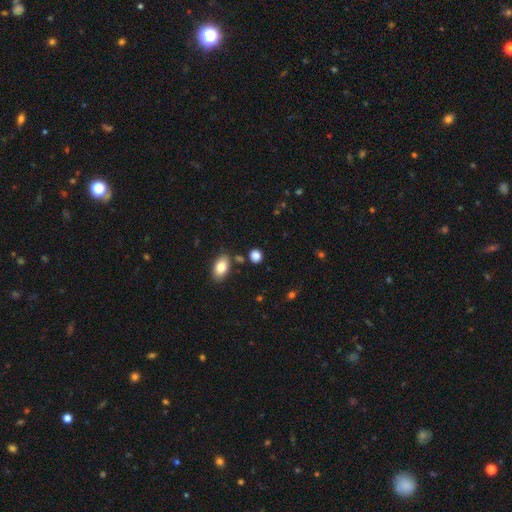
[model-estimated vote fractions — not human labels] The model was most divided on "how rounded": round: 66%, in between: 32%, cigar-shaped: 2%. More confident: smooth or featured — smooth (85%); merging — none (81%).